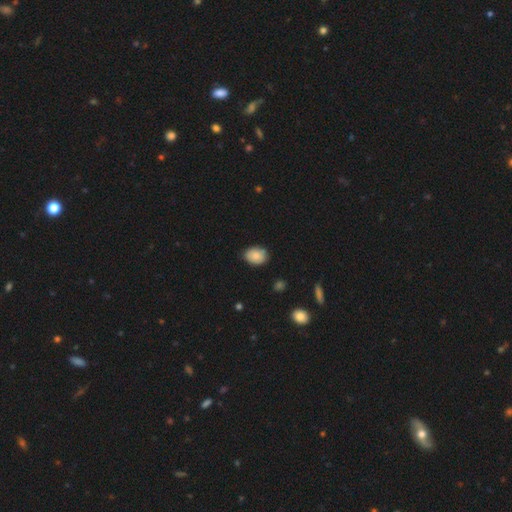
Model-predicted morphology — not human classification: smooth-or-featured: smooth: 86% | star or artifact: 7% | featured or disk: 6%
  how-rounded: in between: 72% | round: 27% | cigar-shaped: 1%
  merging: none: 81% | minor disturbance: 15% | major disturbance: 2% | merger: 1%